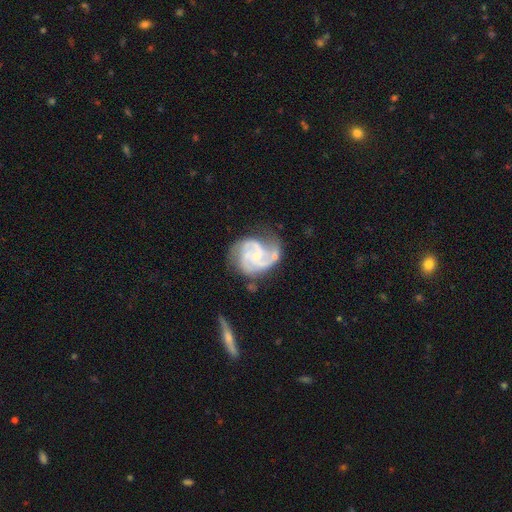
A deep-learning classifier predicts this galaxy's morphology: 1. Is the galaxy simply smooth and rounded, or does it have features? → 89% featured or disk, 6% smooth, 5% star or artifact.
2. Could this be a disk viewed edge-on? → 98% no, 2% yes.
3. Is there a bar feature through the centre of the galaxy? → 66% no, 28% weak, 6% strong.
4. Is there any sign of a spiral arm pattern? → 97% yes, 3% no.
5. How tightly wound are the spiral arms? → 47% medium, 43% tight, 10% loose.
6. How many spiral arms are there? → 57% 3, 17% 2, 9% 4, 9% can't tell, 4% 1, 4% more than 4.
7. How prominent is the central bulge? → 72% small, 20% moderate, 6% none, 1% large, 1% dominant.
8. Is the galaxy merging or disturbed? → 55% none, 24% minor disturbance, 16% major disturbance, 5% merger.